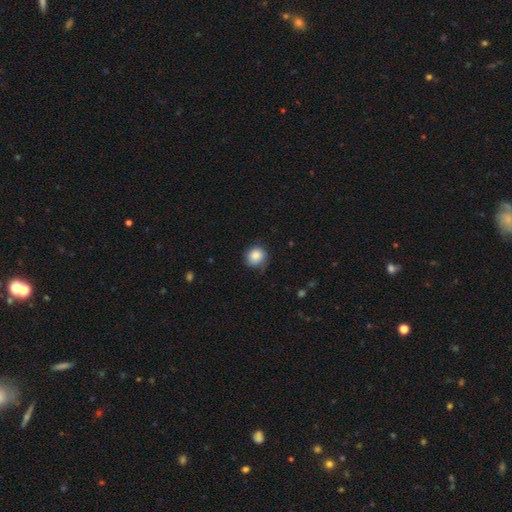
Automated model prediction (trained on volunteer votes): Overall: smooth (85%). How rounded: round (90%). Merging: none (69%).